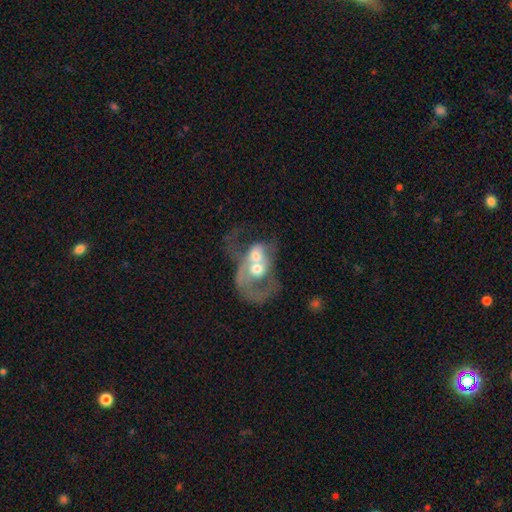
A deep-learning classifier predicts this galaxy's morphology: smooth-or-featured: featured or disk: 60% | smooth: 33% | star or artifact: 7%
  disk-edge-on: no: 96% | yes: 4%
    bar: no: 78% | weak: 17% | strong: 4%
    has-spiral-arms: no: 53% | yes: 47%
    bulge-size: moderate: 62% | large: 19% | small: 12% | none: 4% | dominant: 3%
  merging: merger: 78% | major disturbance: 13% | none: 6% | minor disturbance: 4%